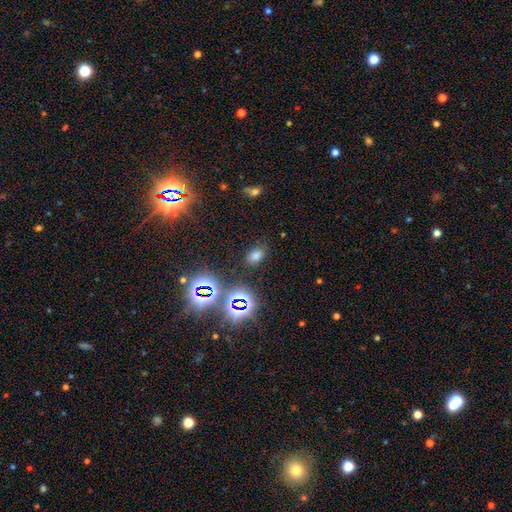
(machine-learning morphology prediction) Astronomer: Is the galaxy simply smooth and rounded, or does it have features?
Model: smooth — 64%.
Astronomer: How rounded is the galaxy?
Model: in between — 77%.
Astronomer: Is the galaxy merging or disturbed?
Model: none — 82%.